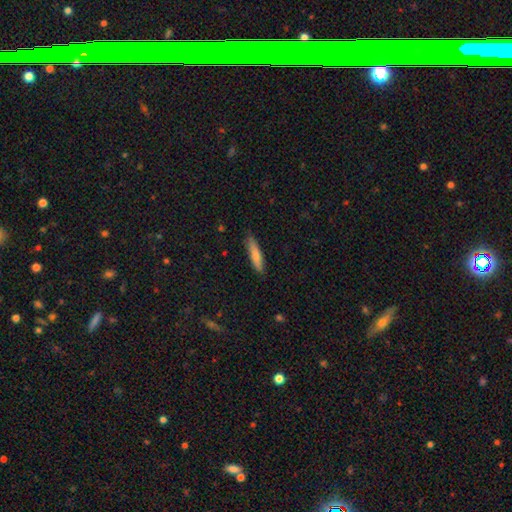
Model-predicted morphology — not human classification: Smooth or featured? Predicted: smooth (p=0.77). How rounded? Predicted: cigar-shaped (p=0.82). Merging? Predicted: none (p=0.85).